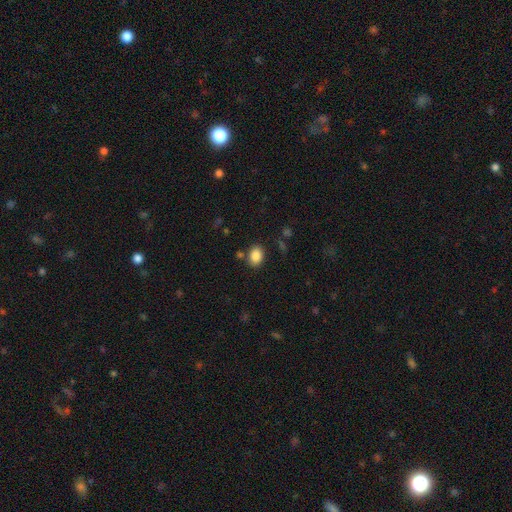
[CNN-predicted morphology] This appears to be a smooth galaxy with no disk features (87%) that is in between round and cigar-shaped (75%). Merging: none (80%).